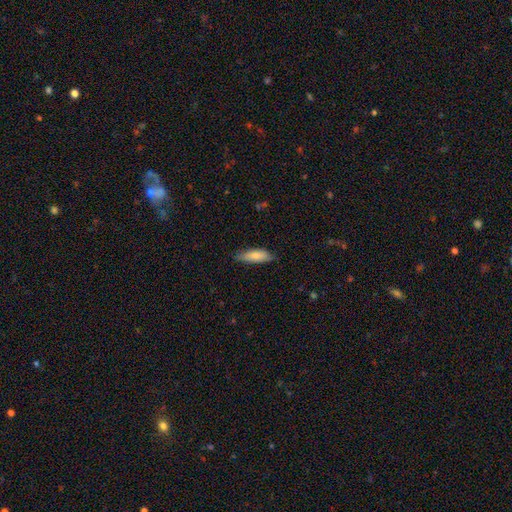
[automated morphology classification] Smooth or featured? Predicted: smooth (p=0.81). How rounded? Predicted: in between (p=0.58). Merging? Predicted: none (p=0.75).